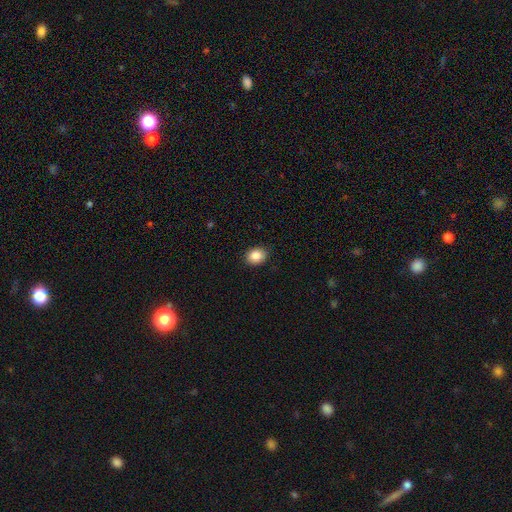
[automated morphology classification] Smooth or featured: smooth — 87% (star or artifact — 9%)
How rounded: in between — 51% (round — 48%)
Merging: none — 89% (minor disturbance — 9%)